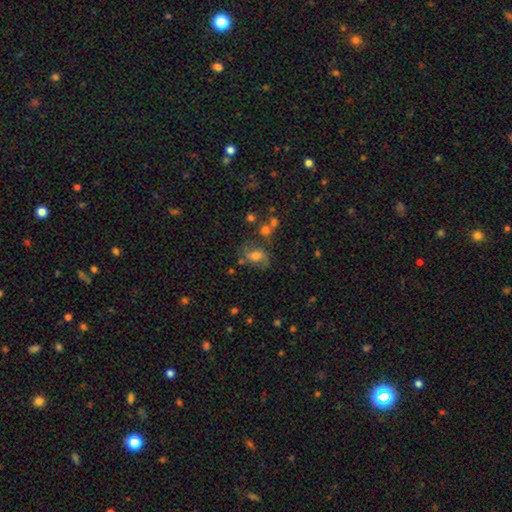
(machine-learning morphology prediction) smooth-or-featured: smooth: 51% | featured or disk: 36% | star or artifact: 13%
  how-rounded: in between: 70% | round: 28% | cigar-shaped: 2%
  merging: none: 55% | minor disturbance: 22% | major disturbance: 14% | merger: 9%